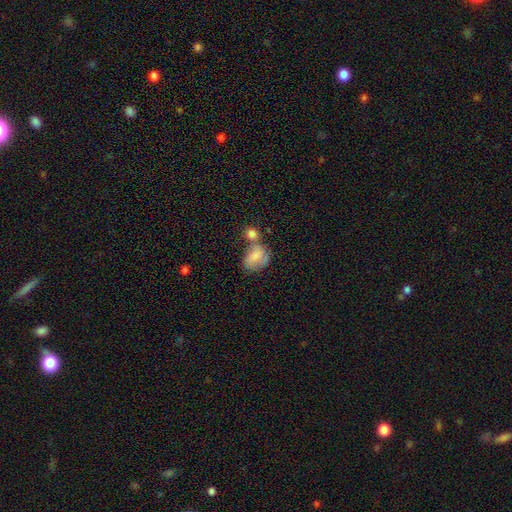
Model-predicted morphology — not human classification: Smooth or featured? smooth (73%)
How rounded? in between (67%)
Merging? merger (44%)